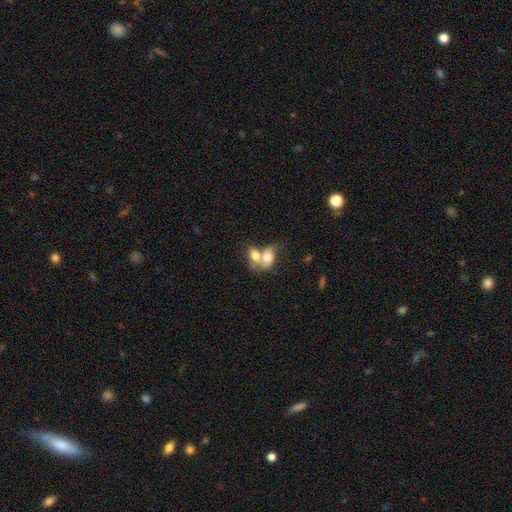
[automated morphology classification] type=smooth (71%); roundness=in between (82%); merging=merger (73%).